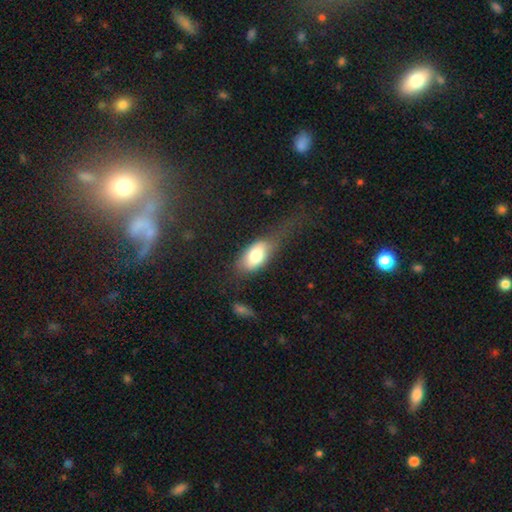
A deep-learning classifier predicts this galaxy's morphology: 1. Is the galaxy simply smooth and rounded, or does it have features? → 74% smooth, 20% featured or disk, 7% star or artifact.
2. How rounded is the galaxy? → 90% in between, 5% cigar-shaped, 4% round.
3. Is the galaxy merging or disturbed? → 35% none (tied), 35% major disturbance (tied), 26% minor disturbance, 4% merger.